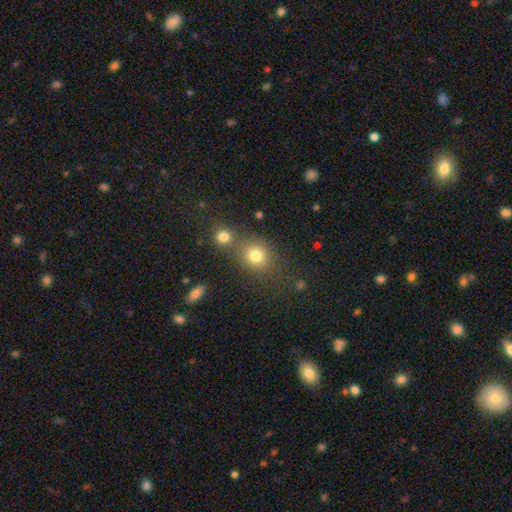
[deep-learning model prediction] The model was most divided on "merging": none: 59%, merger: 28%, minor disturbance: 9%, major disturbance: 4%. More confident: how rounded — round (80%); smooth or featured — smooth (79%).